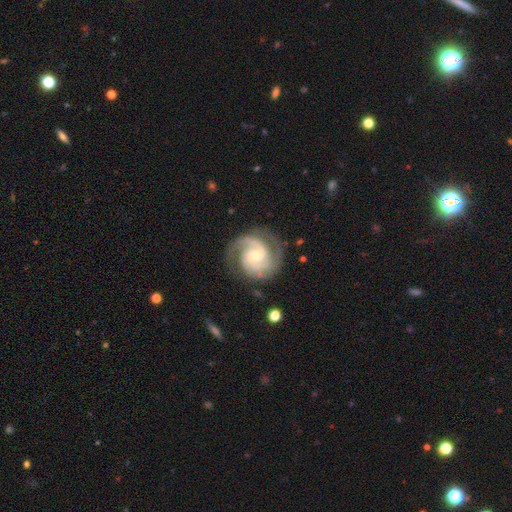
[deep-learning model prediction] smooth-or-featured: featured or disk: 90% | smooth: 5% | star or artifact: 4%
  disk-edge-on: no: 98% | yes: 2%
    bar: no: 51% | weak: 40% | strong: 9%
    has-spiral-arms: yes: 98% | no: 2%
      spiral-winding: medium: 46% | tight: 45% | loose: 8%
      spiral-arm-count: 2: 64% | 3: 20% | can't tell: 7% | 1: 3% | 4: 3% | more than 4: 3%
    bulge-size: small: 49% | moderate: 47% | large: 2% | none: 1% | dominant: 1%
  merging: none: 77% | minor disturbance: 15% | major disturbance: 6% | merger: 1%